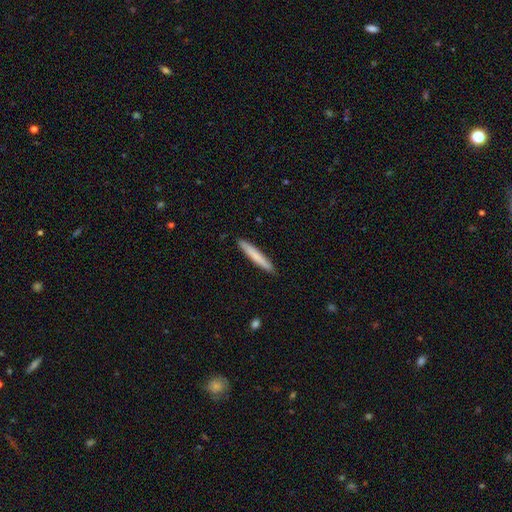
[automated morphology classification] A smooth galaxy with no disk features (75%) that is cigar-shaped (96%). Merging: none (91%).